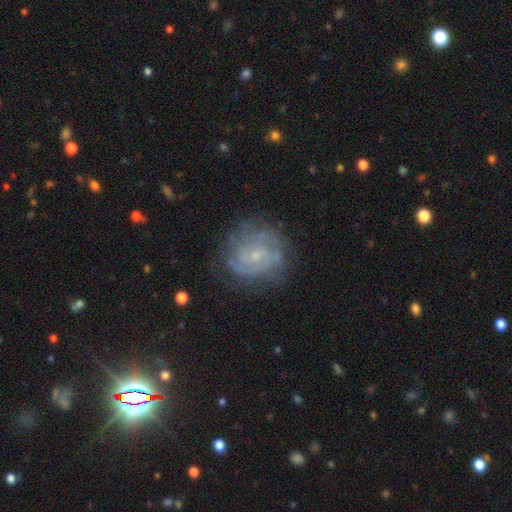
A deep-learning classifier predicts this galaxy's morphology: A featured or disk galaxy (79%) with no bar (67%), tight (64%) spiral arms (93%) and a small central bulge (76%). Merging: none (75%).